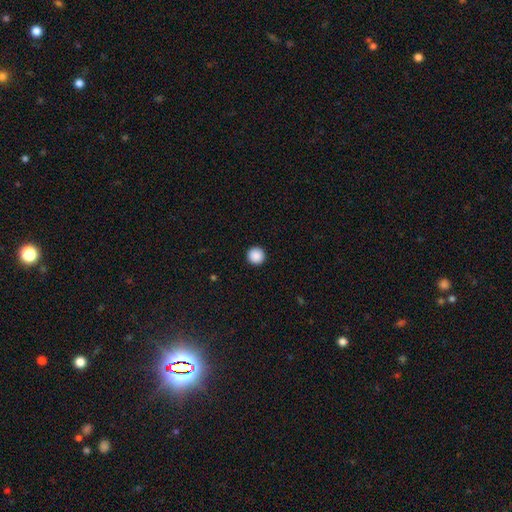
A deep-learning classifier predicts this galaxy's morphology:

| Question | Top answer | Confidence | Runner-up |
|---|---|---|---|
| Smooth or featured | smooth | 89% | star or artifact (9%) |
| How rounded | round | 96% | in between (3%) |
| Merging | none | 94% | minor disturbance (4%) |